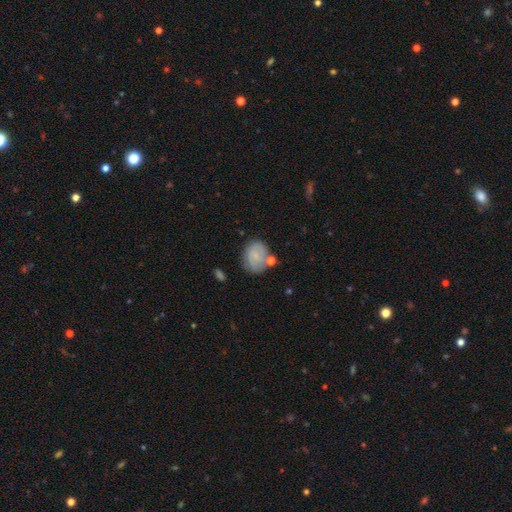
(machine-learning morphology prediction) The model was most divided on "how rounded": round: 56%, in between: 43%, cigar-shaped: 1%. More confident: merging — none (60%); smooth or featured — smooth (60%).